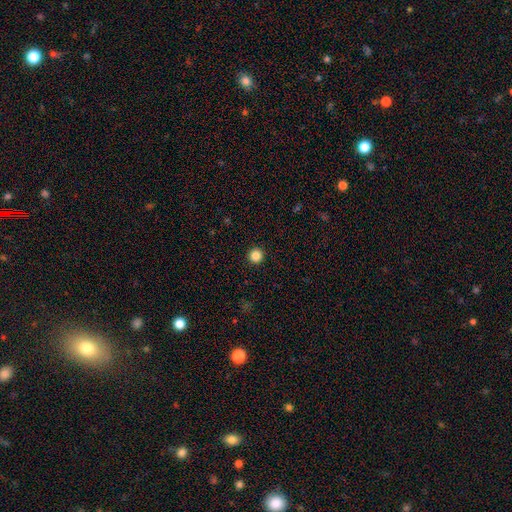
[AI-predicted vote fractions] smooth 85%, star or artifact 11%, featured or disk 4%. Down the decision tree: how rounded — round (96%); merging — none (94%).